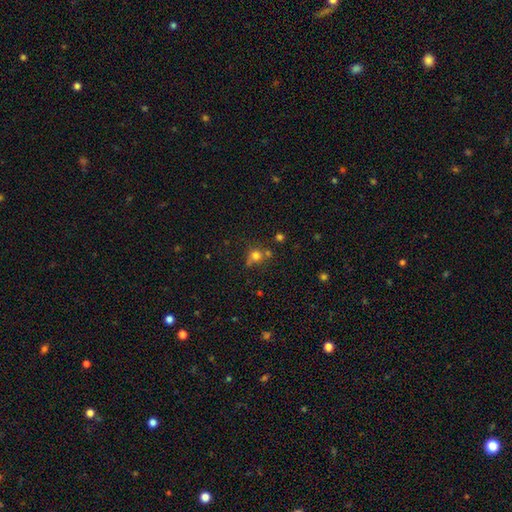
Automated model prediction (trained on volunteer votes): smooth-or-featured: smooth: 72% | star or artifact: 17% | featured or disk: 11%
  how-rounded: round: 82% | in between: 17% | cigar-shaped: 1%
  merging: none: 52% | merger: 22% | minor disturbance: 17% | major disturbance: 9%